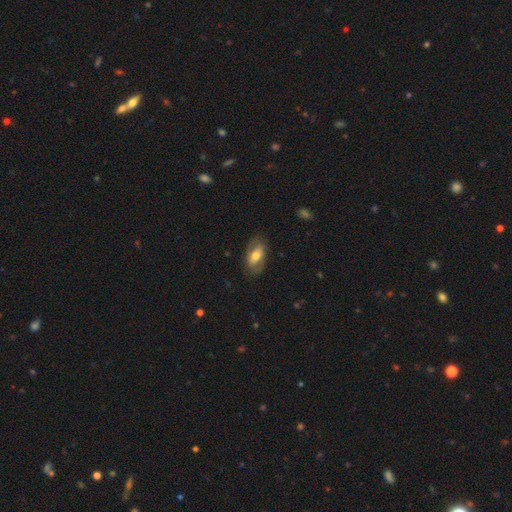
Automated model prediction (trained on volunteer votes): Overall: smooth (57%; featured or disk 37%). How rounded: in between (89%). Merging: none (76%).